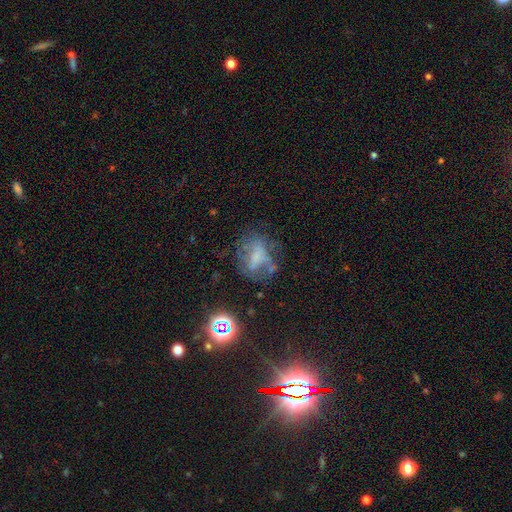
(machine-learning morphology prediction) Smooth or featured?
  - featured or disk: 43% *
  - smooth: 32%
  - star or artifact: 25%
Merging?
  - none: 47% *
  - major disturbance: 25%
  - minor disturbance: 22%
  - merger: 6%